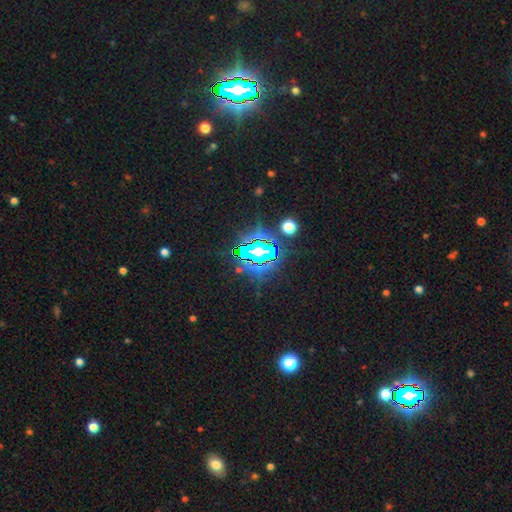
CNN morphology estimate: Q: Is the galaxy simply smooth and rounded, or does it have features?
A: star or artifact — 84%.